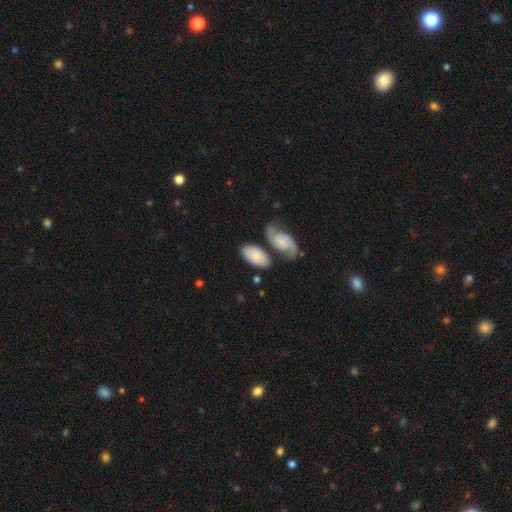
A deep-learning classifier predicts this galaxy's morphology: The model was most divided on "merging": none: 54%, merger: 22%, minor disturbance: 17%, major disturbance: 6%. More confident: how rounded — in between (93%); smooth or featured — smooth (68%).